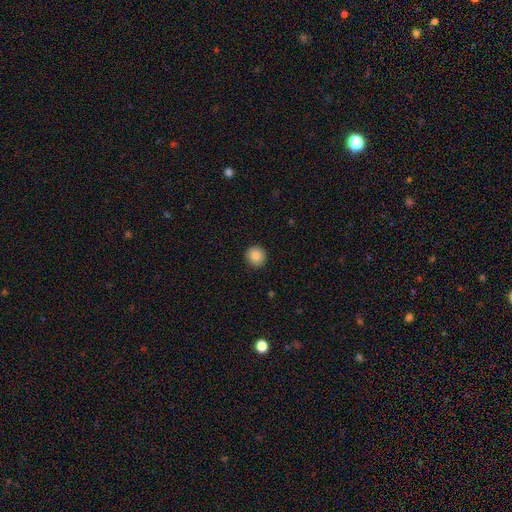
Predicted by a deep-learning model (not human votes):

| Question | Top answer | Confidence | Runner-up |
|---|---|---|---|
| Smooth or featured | smooth | 87% | star or artifact (9%) |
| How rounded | round | 94% | in between (5%) |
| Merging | none | 92% | minor disturbance (5%) |